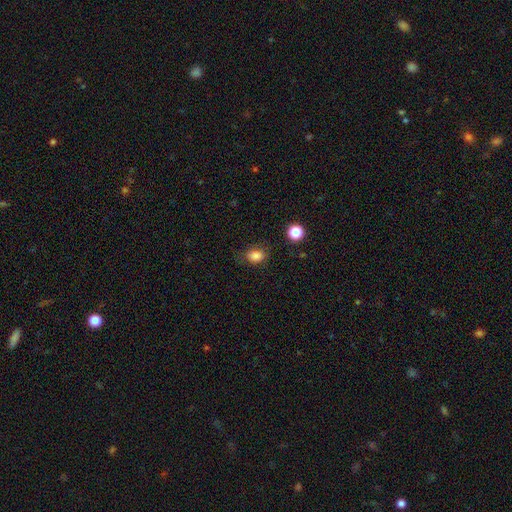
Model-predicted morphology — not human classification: Smooth or featured? smooth (83%)
How rounded? in between (67%)
Merging? none (74%)